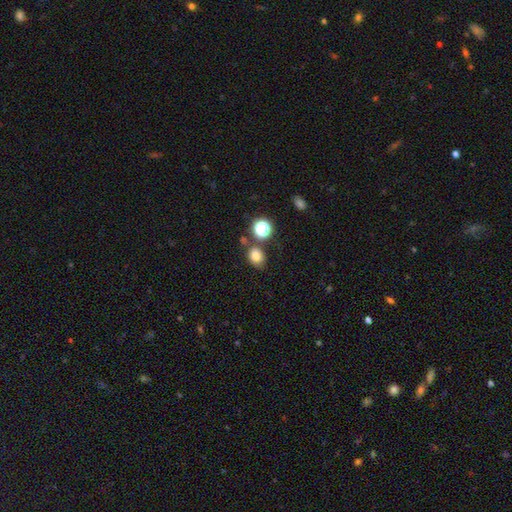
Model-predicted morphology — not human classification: A smooth galaxy with no disk features (79%) that is in between round and cigar-shaped (54%). Merging: none (70%).